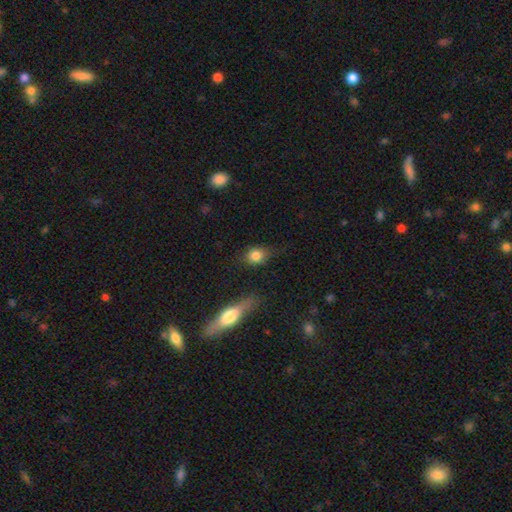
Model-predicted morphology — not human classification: Smooth or featured? Predicted: smooth (p=0.82). How rounded? Predicted: round (p=0.53). Merging? Predicted: none (p=0.70).